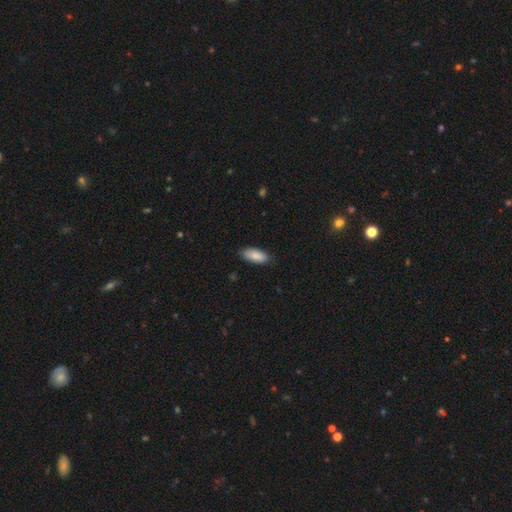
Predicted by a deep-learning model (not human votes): Morphology: type=smooth (88%); roundness=in between (86%); merging=none (84%).